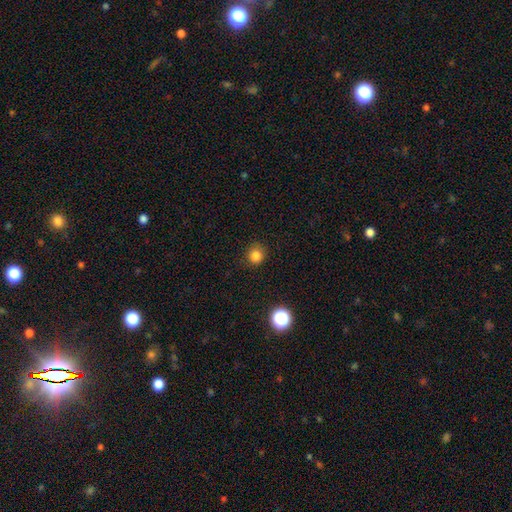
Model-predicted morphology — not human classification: This is clearly a smooth galaxy (82%). How rounded: clearly round (91%). Merging: clearly none (86%).